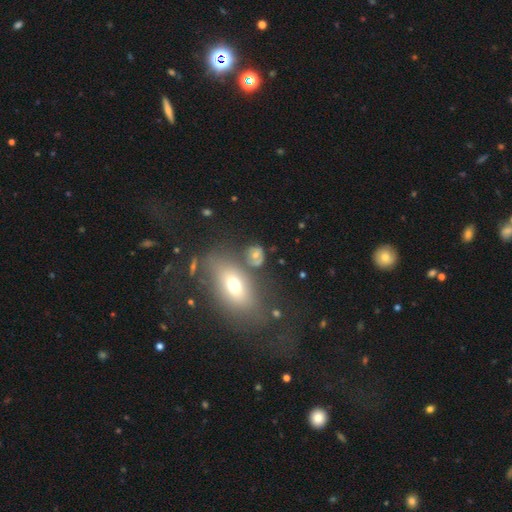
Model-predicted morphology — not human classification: smooth 57%, featured or disk 27%, star or artifact 15%. Down the decision tree: how rounded — round (56%); merging — none (62%).